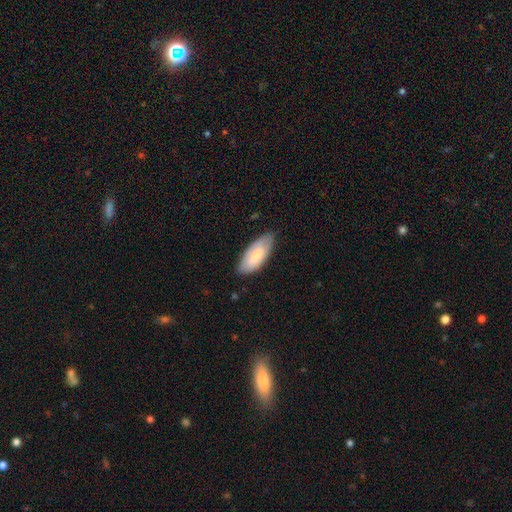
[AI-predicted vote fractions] Smooth or featured?
  - smooth: 75% *
  - featured or disk: 20%
  - star or artifact: 5%
How rounded?
  - in between: 86% *
  - cigar-shaped: 12%
  - round: 2%
Merging?
  - none: 75% *
  - minor disturbance: 20%
  - major disturbance: 3%
  - merger: 1%